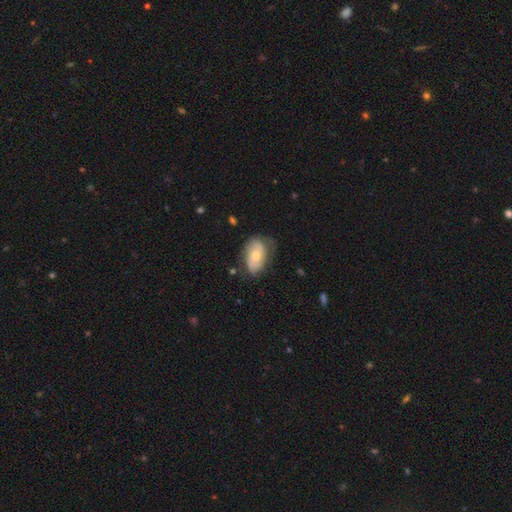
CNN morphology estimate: A featured or disk galaxy (48%). Merging: none (60%).